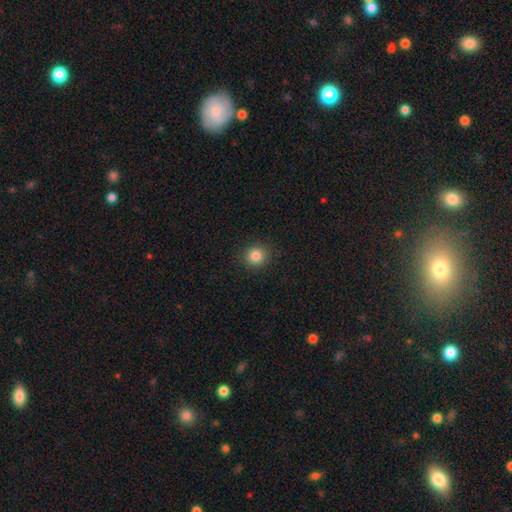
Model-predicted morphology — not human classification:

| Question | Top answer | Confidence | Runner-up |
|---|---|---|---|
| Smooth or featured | smooth | 84% | star or artifact (11%) |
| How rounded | round | 91% | in between (8%) |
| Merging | none | 91% | minor disturbance (6%) |